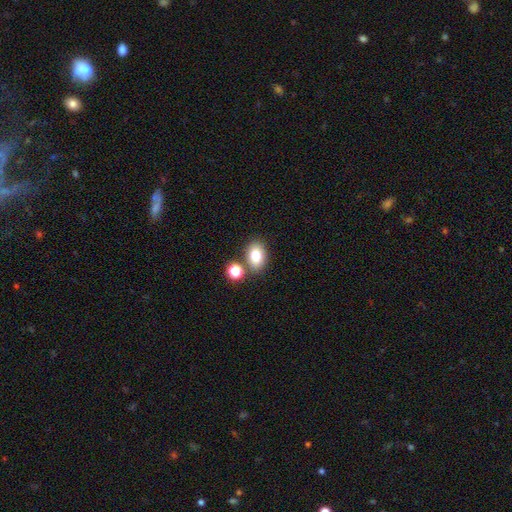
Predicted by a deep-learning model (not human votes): Smooth or featured? smooth (82%)
How rounded? in between (76%)
Merging? none (72%)